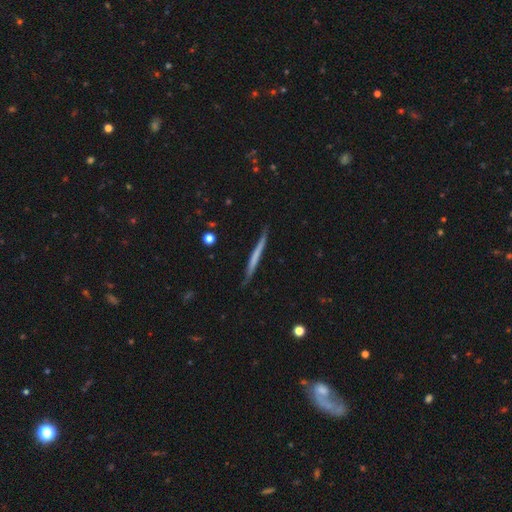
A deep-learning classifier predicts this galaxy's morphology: The model was most divided on "smooth or featured": smooth: 48%, featured or disk: 47%, star or artifact: 5%. More confident: merging — none (85%).